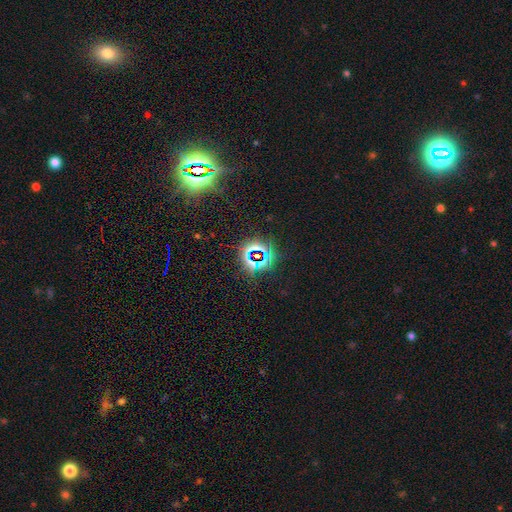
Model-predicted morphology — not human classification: Overall: star or artifact (76%).